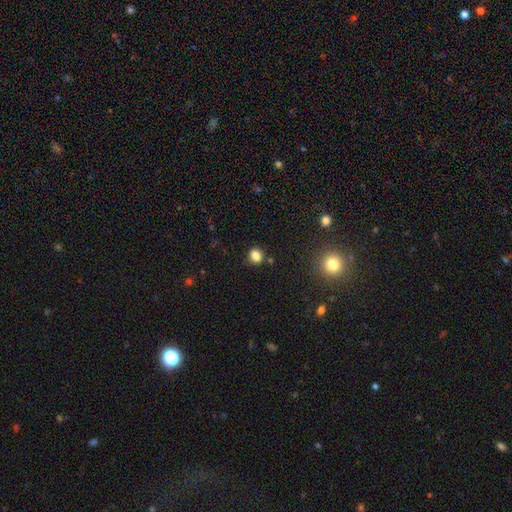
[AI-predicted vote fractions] smooth 83%, star or artifact 12%, featured or disk 5%. Down the decision tree: how rounded — round (69%); merging — none (83%).